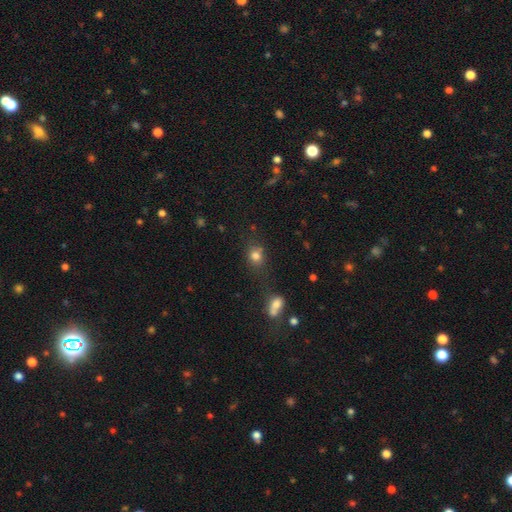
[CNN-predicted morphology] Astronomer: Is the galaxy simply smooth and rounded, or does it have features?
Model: smooth — 77%.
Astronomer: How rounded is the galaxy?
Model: round — 65%.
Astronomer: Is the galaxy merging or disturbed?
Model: none — 63%.